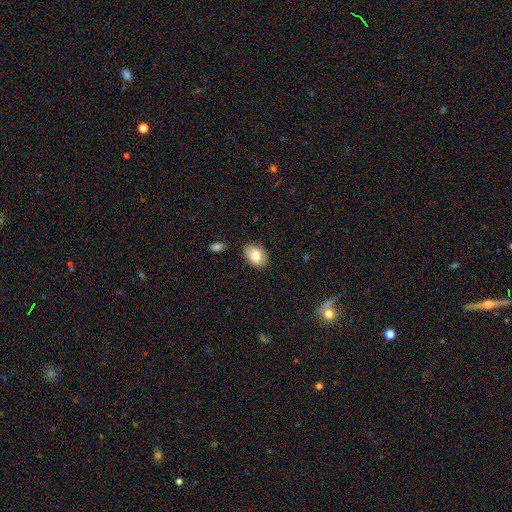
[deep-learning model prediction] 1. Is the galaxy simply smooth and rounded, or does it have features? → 82% smooth, 11% featured or disk, 7% star or artifact.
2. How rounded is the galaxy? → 84% in between, 15% round, 1% cigar-shaped.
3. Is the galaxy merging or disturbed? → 79% none, 16% minor disturbance, 3% major disturbance, 2% merger.